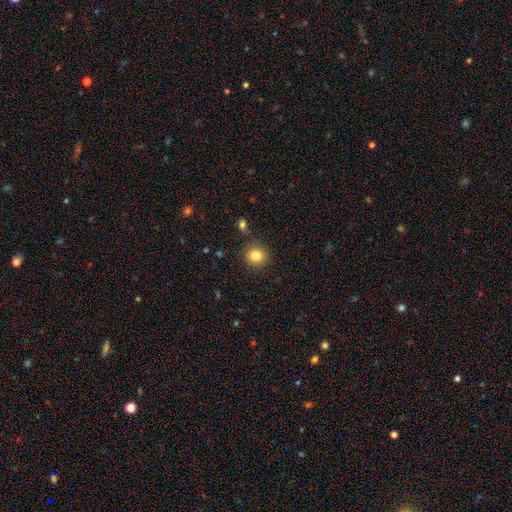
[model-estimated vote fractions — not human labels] This is clearly a smooth galaxy (83%). How rounded: clearly round (86%). Merging: clearly none (85%).